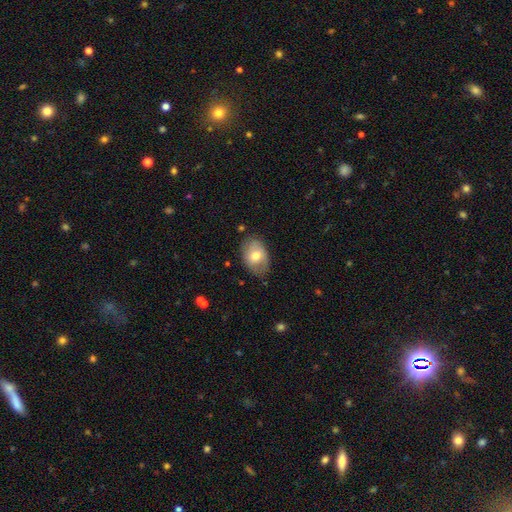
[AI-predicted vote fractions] Smooth or featured? smooth (62%)
How rounded? in between (83%)
Merging? none (74%)